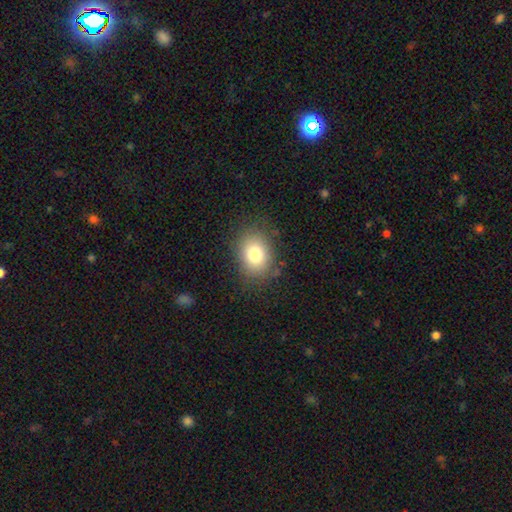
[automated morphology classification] Smooth or featured: smooth — 79% (star or artifact — 11%)
How rounded: in between — 54% (round — 45%)
Merging: none — 84% (minor disturbance — 11%)